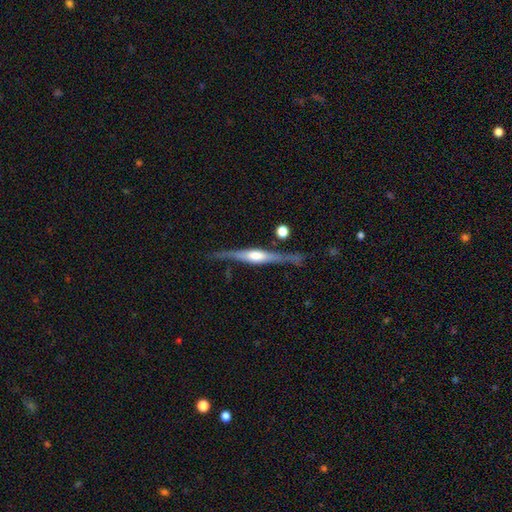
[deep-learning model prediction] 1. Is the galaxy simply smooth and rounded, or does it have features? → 79% featured or disk, 17% smooth, 5% star or artifact.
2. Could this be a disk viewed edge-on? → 97% yes, 3% no.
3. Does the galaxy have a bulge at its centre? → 79% rounded, 16% boxy, 5% none.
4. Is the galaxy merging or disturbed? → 77% none, 16% minor disturbance, 4% major disturbance, 3% merger.